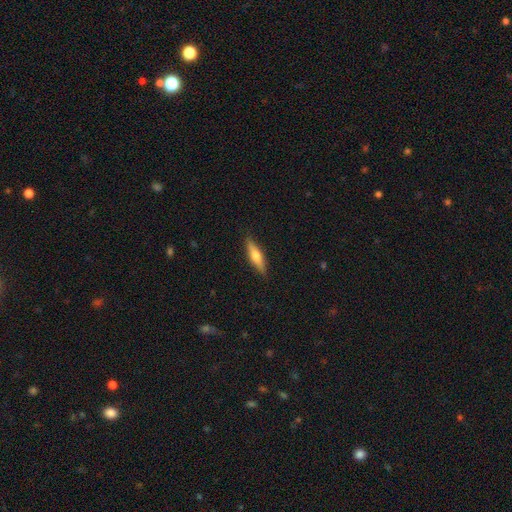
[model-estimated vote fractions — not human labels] Smooth or featured?
  - smooth: 51% *
  - featured or disk: 44%
  - star or artifact: 6%
How rounded?
  - cigar-shaped: 71% *
  - in between: 27%
  - round: 2%
Merging?
  - none: 88% *
  - minor disturbance: 9%
  - major disturbance: 2%
  - merger: 1%